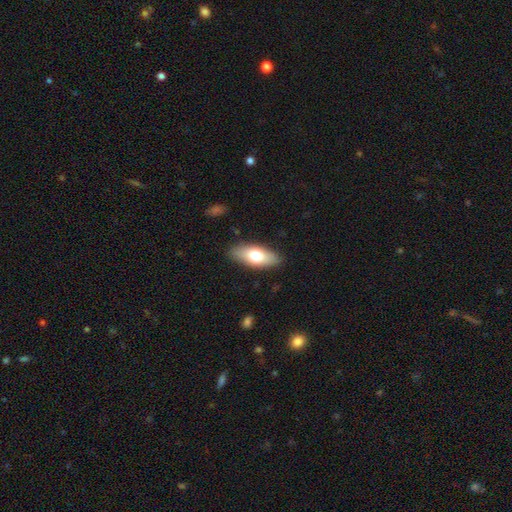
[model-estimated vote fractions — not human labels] Overall: smooth (69%). How rounded: in between (80%). Merging: none (87%).